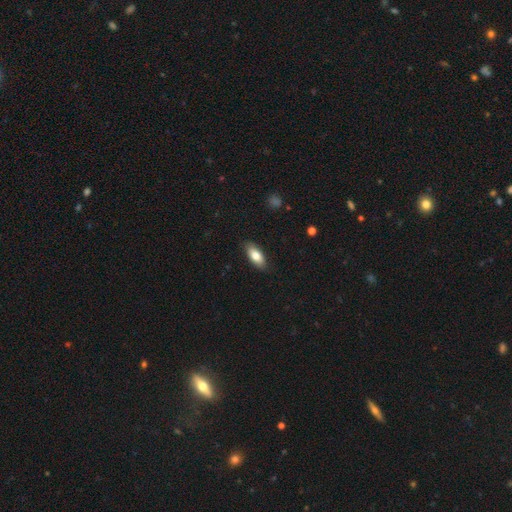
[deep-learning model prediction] Q: Smooth or featured?
A: smooth (79%); runner-up: featured or disk (15%)
Q: How rounded?
A: in between (86%); runner-up: cigar-shaped (12%)
Q: Merging?
A: none (86%); runner-up: minor disturbance (10%)